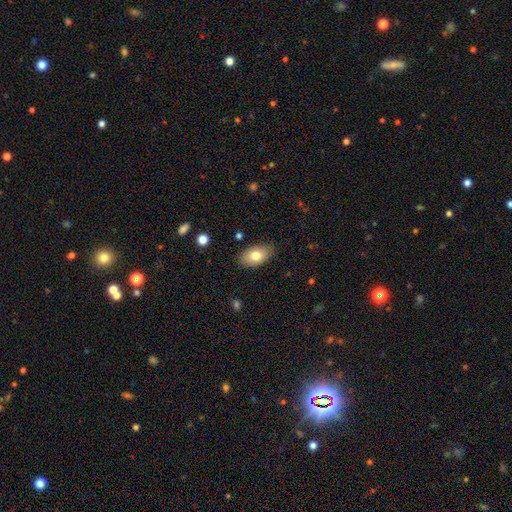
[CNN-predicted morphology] type=smooth (76%); roundness=in between (91%); merging=none (85%).